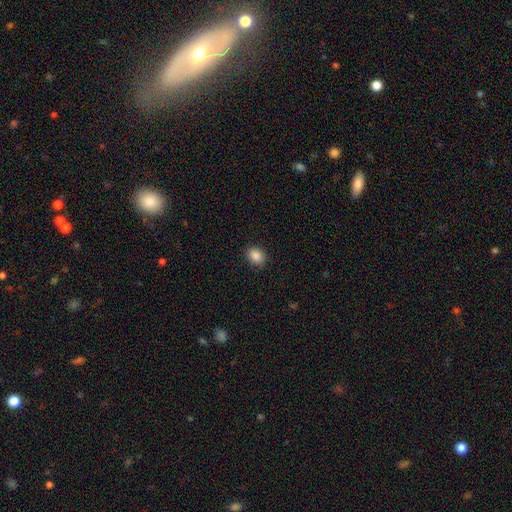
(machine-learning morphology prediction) This appears to be a smooth galaxy with no disk features (88%) that is in between round and cigar-shaped (54%). Merging: none (89%).